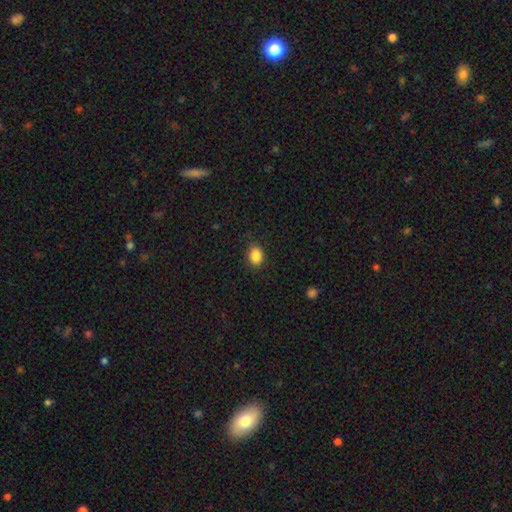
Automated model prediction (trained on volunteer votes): Morphology: type=smooth (86%); roundness=in between (63%); merging=none (86%).